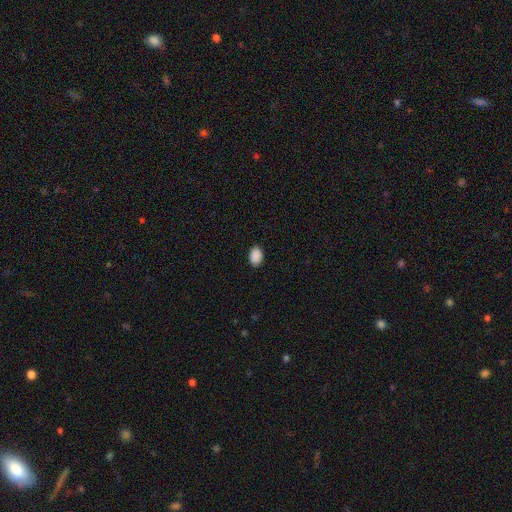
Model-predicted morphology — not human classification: smooth 90%, star or artifact 7%, featured or disk 2%. Down the decision tree: how rounded — in between (86%); merging — none (90%).